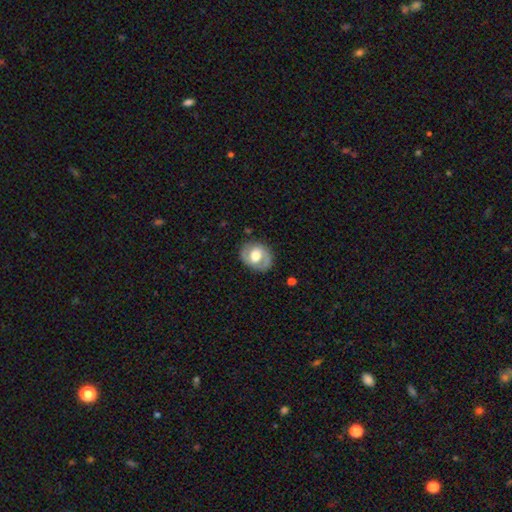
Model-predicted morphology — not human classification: This appears to be a featured or disk galaxy (69%) with no bar (46%), 2 (86%) medium (48%) spiral arms (78%) and a moderate central bulge (56%). Merging: none (83%).